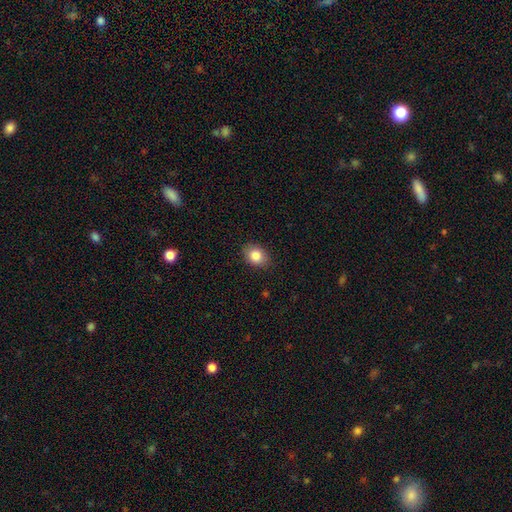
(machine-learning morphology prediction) Smooth or featured? Predicted: smooth (p=0.85). How rounded? Predicted: in between (p=0.64). Merging? Predicted: none (p=0.86).